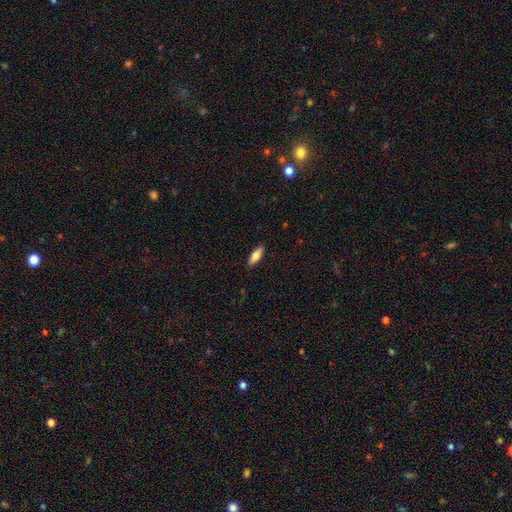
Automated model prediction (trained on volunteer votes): The model was most divided on "how rounded": in between: 59%, cigar-shaped: 39%, round: 2%. More confident: merging — none (89%); smooth or featured — smooth (72%).